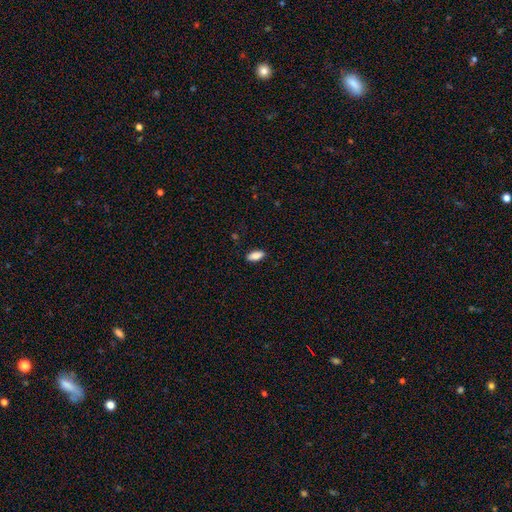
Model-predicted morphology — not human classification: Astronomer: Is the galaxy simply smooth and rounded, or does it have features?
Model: smooth — 87%.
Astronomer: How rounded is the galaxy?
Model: in between — 84%.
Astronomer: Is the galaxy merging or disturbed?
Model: none — 87%.